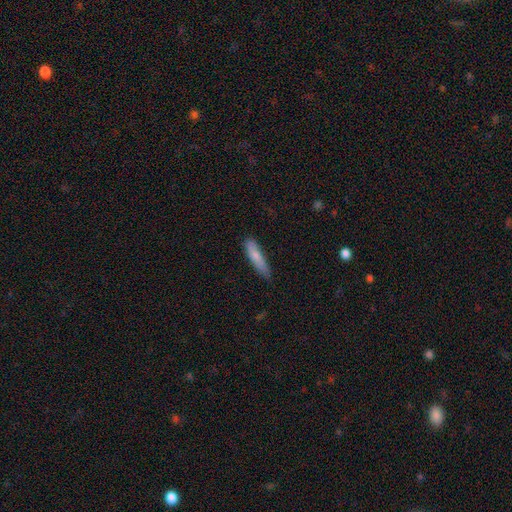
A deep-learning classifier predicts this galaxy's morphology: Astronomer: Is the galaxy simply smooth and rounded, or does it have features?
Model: smooth — 74%.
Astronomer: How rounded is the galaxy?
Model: cigar-shaped — 79%.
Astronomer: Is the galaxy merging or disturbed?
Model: none — 68%.